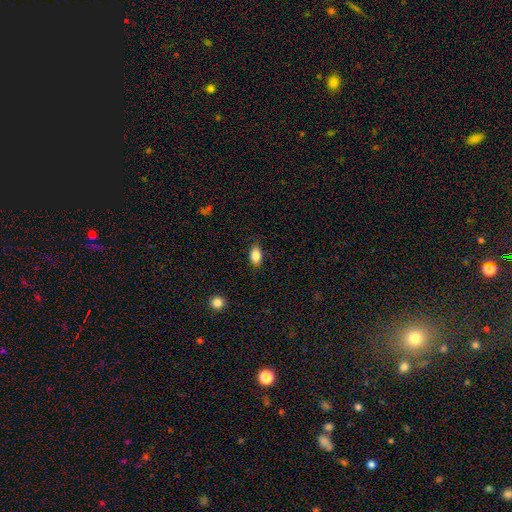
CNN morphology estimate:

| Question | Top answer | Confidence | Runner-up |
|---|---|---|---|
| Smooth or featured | smooth | 86% | star or artifact (9%) |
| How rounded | in between | 87% | round (11%) |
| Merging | none | 83% | minor disturbance (13%) |